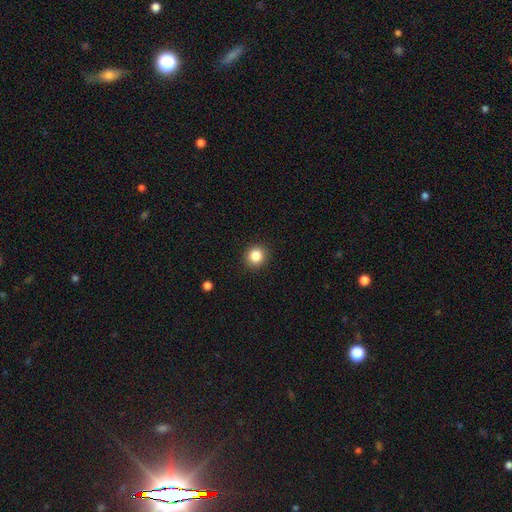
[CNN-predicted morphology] This is clearly a smooth galaxy (84%). How rounded: clearly round (90%). Merging: clearly none (92%).